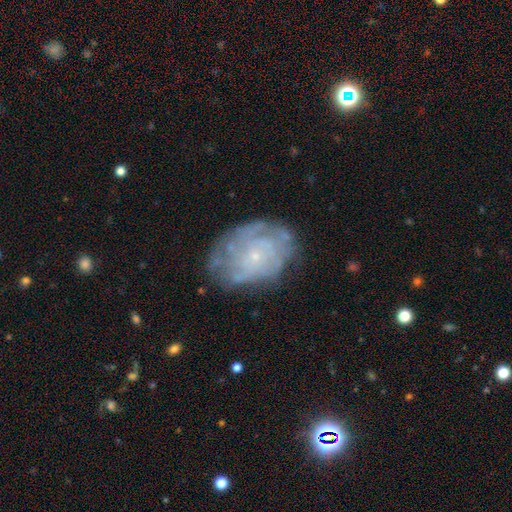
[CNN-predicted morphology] type=featured or disk (71%); edge-on=no (97%); bar=no (85%); spiral arms=yes (74%); winding=tight (66%); arm count=can't tell (57%); bulge=small (85%); merging=none (67%).